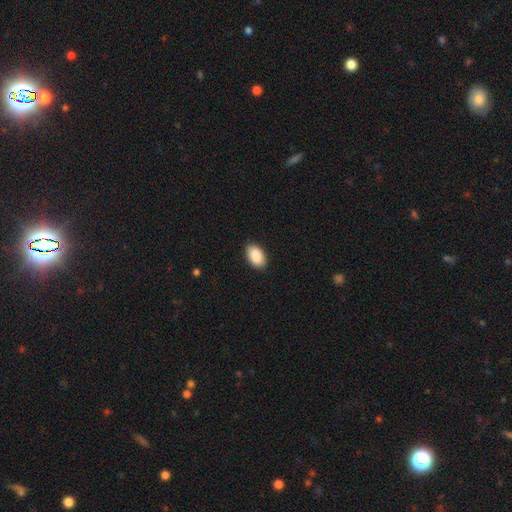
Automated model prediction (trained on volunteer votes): Smooth or featured? smooth (90%)
How rounded? in between (94%)
Merging? none (88%)